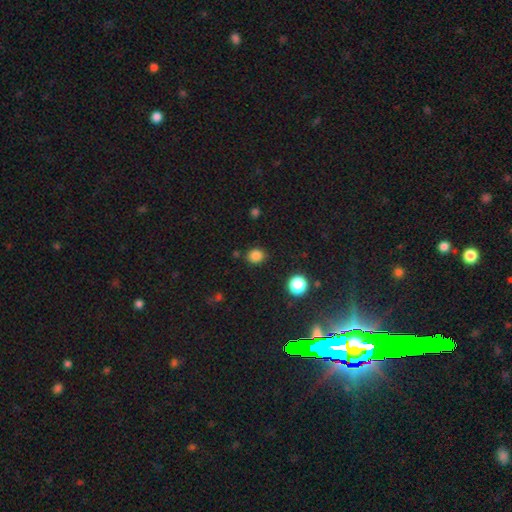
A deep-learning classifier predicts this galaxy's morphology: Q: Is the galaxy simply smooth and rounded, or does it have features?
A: smooth — 84%.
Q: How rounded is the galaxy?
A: round — 77%.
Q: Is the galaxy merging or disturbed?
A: none — 85%.